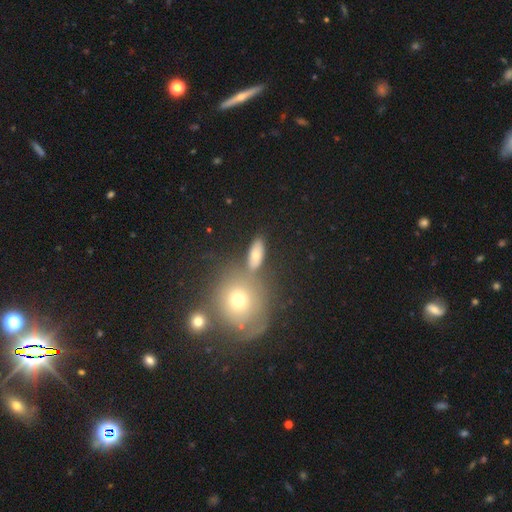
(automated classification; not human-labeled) This is likely a smooth galaxy (71%). How rounded: likely in between (76%). Merging: likely none (72%).